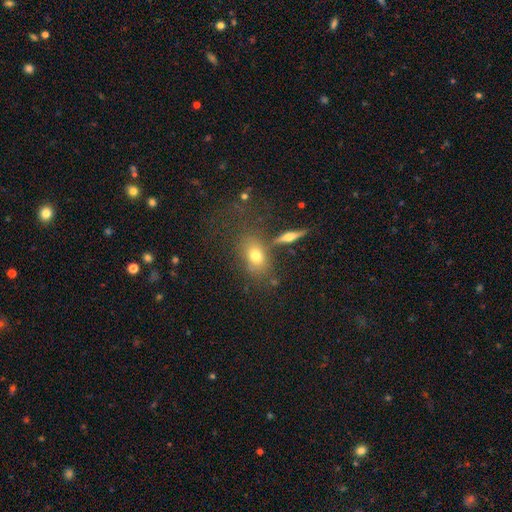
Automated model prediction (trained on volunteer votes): smooth_or_featured: smooth (p=0.66) [alt: featured or disk p=0.21]
how_rounded: in between (p=0.74) [alt: round p=0.21]
merging: none (p=0.64) [alt: minor disturbance p=0.15]